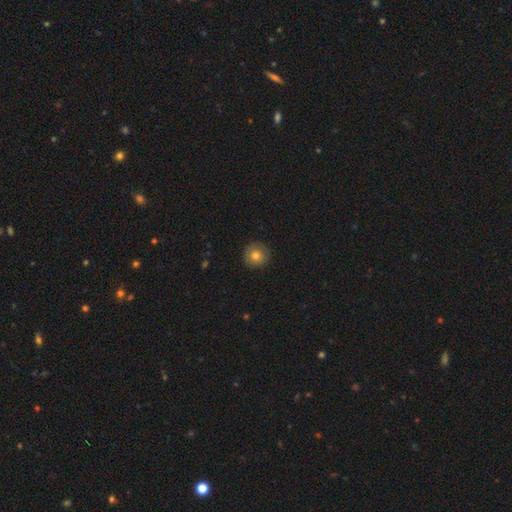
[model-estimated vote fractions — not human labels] smooth_or_featured: smooth (p=0.73) [alt: featured or disk p=0.18]
how_rounded: round (p=0.95) [alt: in between p=0.04]
merging: none (p=0.88) [alt: minor disturbance p=0.09]